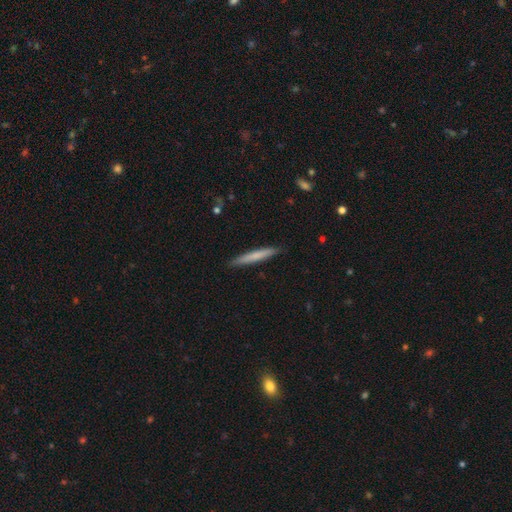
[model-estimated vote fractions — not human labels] smooth-or-featured: smooth: 68% | featured or disk: 27% | star or artifact: 5%
  how-rounded: cigar-shaped: 96% | in between: 3% | round: 1%
  merging: none: 90% | minor disturbance: 8% | major disturbance: 1% | merger: 1%